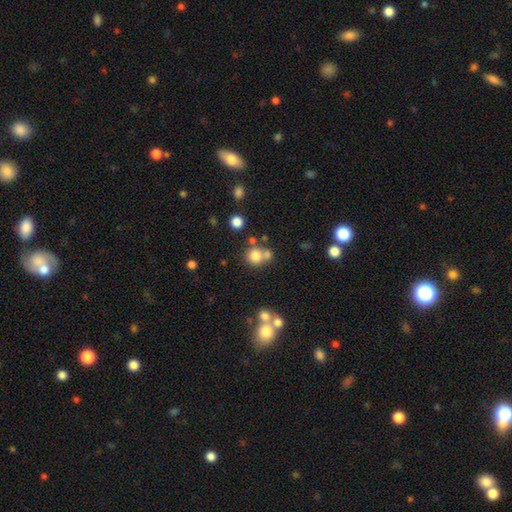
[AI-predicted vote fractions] Morphology: type=smooth (77%); roundness=round (87%); merging=none (55%).